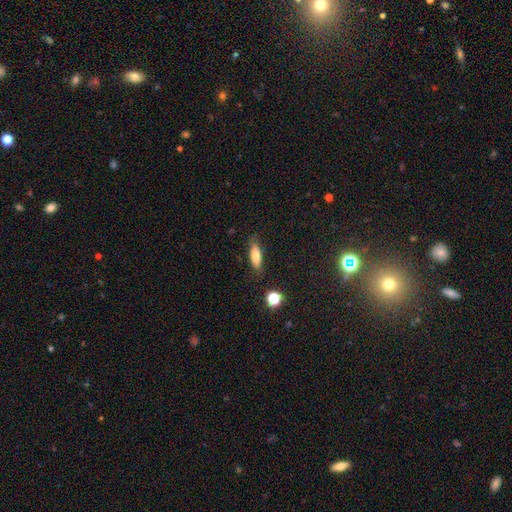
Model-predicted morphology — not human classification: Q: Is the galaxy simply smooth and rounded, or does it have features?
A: smooth — 72%.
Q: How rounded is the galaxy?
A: in between — 53%.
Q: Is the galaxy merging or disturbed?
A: none — 80%.